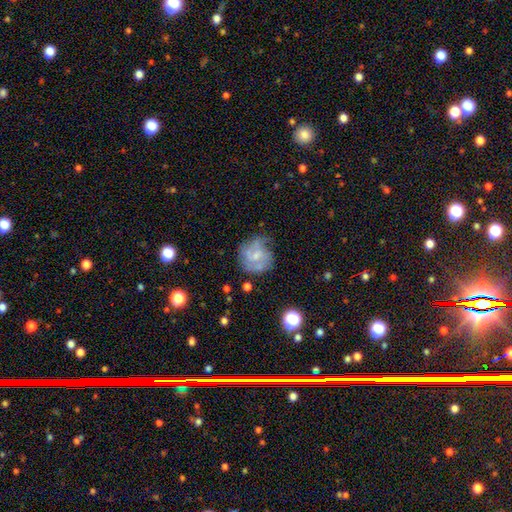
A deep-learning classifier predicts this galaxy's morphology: Smooth or featured?
  - featured or disk: 64% *
  - smooth: 28%
  - star or artifact: 8%
Edge-on disk?
  - no: 98% *
  - yes: 2%
Bar?
  - no: 52% *
  - weak: 41%
  - strong: 7%
Spiral arms?
  - yes: 77% *
  - no: 23%
Bulge size?
  - small: 53% *
  - moderate: 33%
  - none: 11%
  - large: 2%
  - dominant: 1%
Merging?
  - none: 57% *
  - minor disturbance: 26%
  - major disturbance: 14%
  - merger: 3%